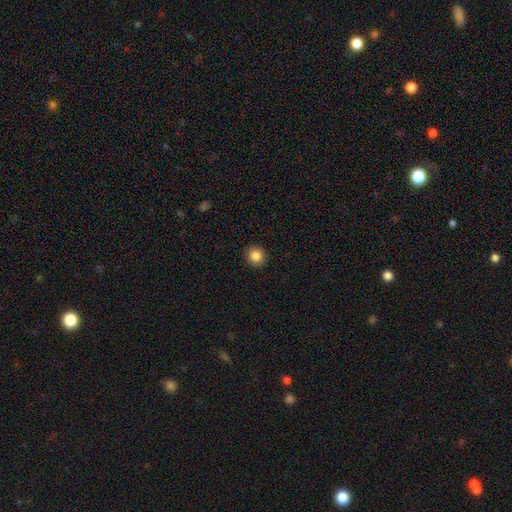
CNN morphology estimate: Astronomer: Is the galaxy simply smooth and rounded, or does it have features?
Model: smooth — 86%.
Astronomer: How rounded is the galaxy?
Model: round — 91%.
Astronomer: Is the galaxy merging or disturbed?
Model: none — 92%.